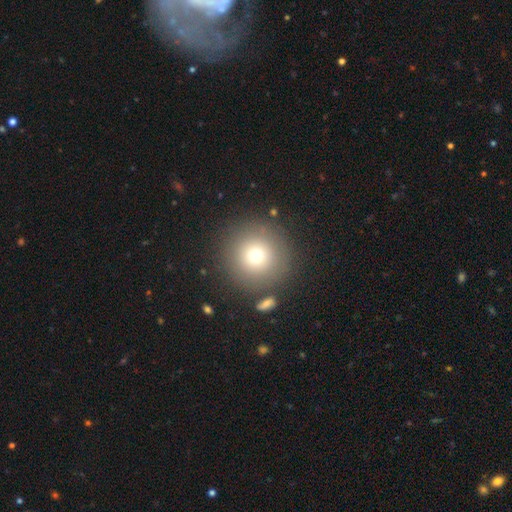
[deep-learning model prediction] This is likely a smooth galaxy (73%). How rounded: clearly round (96%). Merging: clearly none (85%).